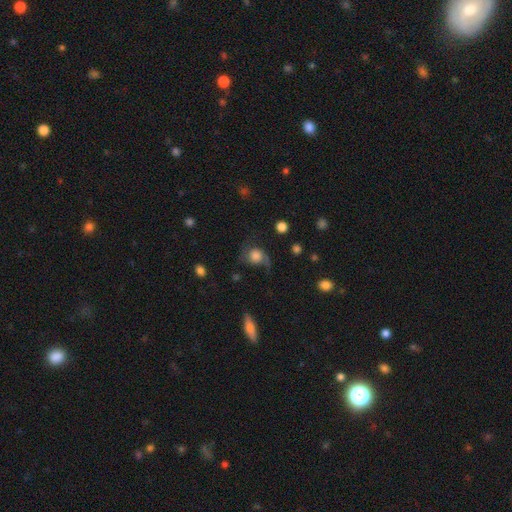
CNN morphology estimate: This appears to be a featured or disk galaxy (47%). Merging: none (47%).